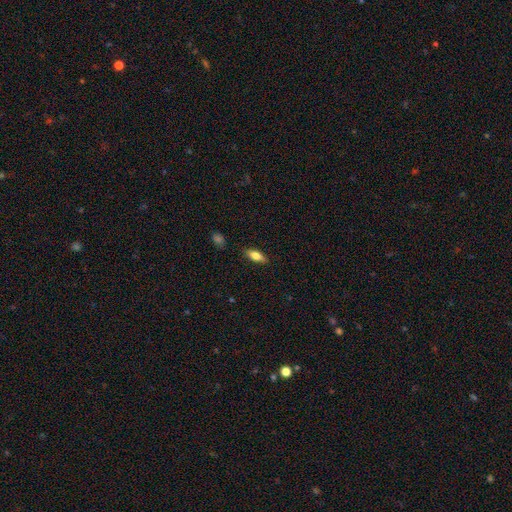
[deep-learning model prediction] Smooth or featured?
  - smooth: 73% *
  - featured or disk: 20%
  - star or artifact: 7%
How rounded?
  - in between: 72% *
  - cigar-shaped: 26%
  - round: 3%
Merging?
  - none: 87% *
  - minor disturbance: 10%
  - major disturbance: 2%
  - merger: 1%